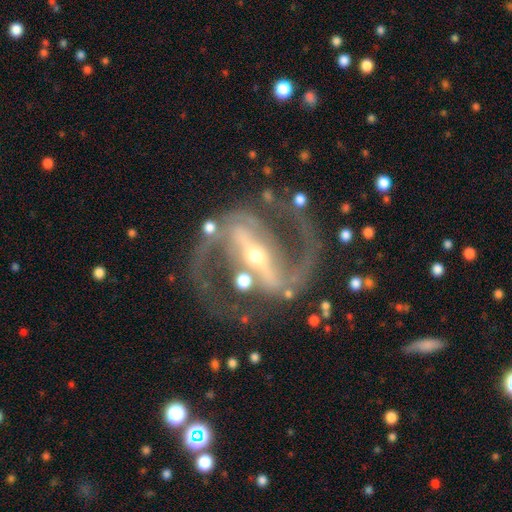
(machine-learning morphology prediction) Smooth or featured? featured or disk (92%)
Edge-on disk? no (96%)
Bar? strong (81%)
Spiral arms? yes (97%)
Spiral winding? medium (62%)
Spiral arm count? 2 (94%)
Bulge size? small (59%)
Merging? none (78%)